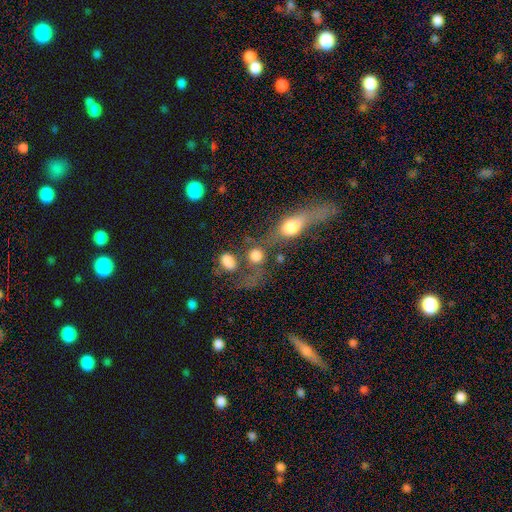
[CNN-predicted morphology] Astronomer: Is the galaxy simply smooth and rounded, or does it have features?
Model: smooth — 74%.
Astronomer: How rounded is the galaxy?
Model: round — 63%.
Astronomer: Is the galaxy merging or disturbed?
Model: none — 38% (runner-up: merger, 33%).